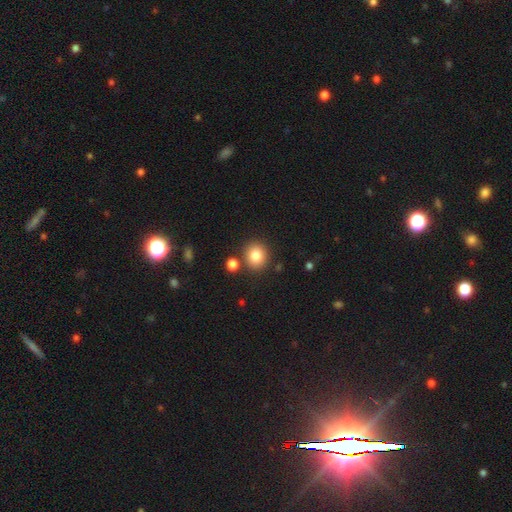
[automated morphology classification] smooth 83%, star or artifact 10%, featured or disk 7%. Down the decision tree: how rounded — round (79%); merging — none (81%).